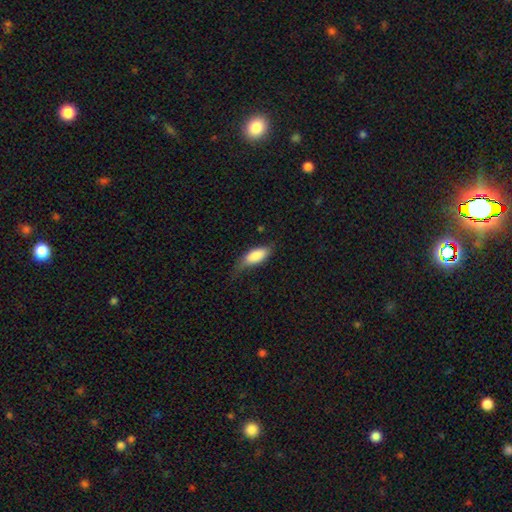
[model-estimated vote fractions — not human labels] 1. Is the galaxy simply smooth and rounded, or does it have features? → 84% smooth, 10% featured or disk, 6% star or artifact.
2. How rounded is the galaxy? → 82% in between, 16% cigar-shaped, 2% round.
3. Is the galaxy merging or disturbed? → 47% none, 37% minor disturbance, 14% major disturbance, 2% merger.